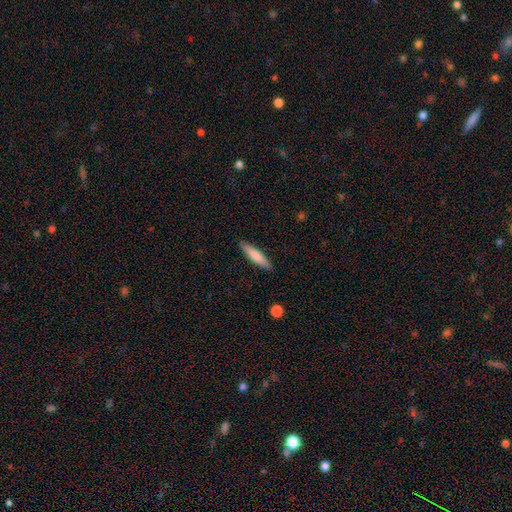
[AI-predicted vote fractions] A smooth galaxy with no disk features (73%) that is cigar-shaped (86%).

Vote fractions:
- Smooth or featured? smooth: 73% / featured or disk: 22% / star or artifact: 5%
- How rounded? cigar-shaped: 86% / in between: 13% / round: 1%
- Merging? none: 89% / minor disturbance: 8% / major disturbance: 2% / merger: 1%